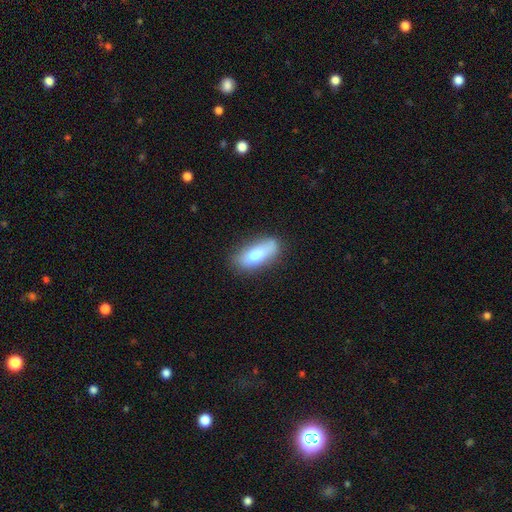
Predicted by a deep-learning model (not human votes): smooth 75%, featured or disk 18%, star or artifact 7%. Down the decision tree: how rounded — in between (77%); merging — none (61%).